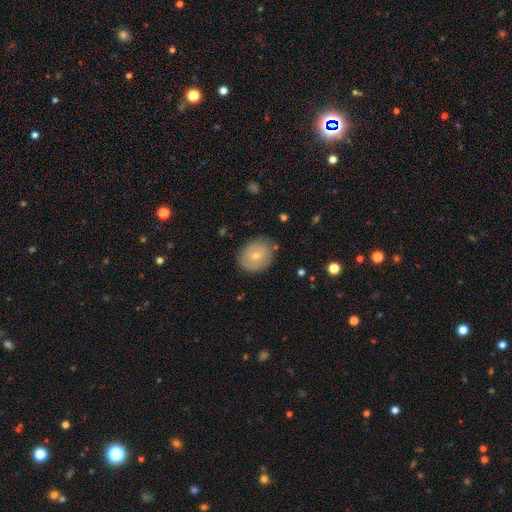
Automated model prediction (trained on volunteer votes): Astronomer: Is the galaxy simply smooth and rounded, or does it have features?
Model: smooth — 61%.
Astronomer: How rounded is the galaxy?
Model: round — 61% (runner-up: in between, 38%).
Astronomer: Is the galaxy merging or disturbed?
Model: none — 78%.